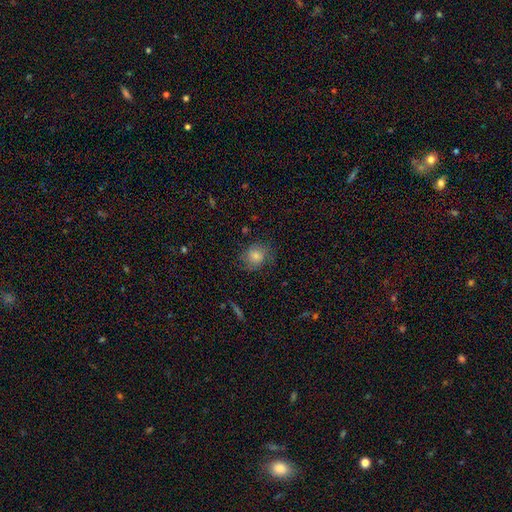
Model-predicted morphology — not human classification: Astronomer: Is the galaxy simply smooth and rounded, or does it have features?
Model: smooth — 58%.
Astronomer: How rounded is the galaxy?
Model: round — 74%.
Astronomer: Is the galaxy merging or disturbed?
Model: none — 74%.